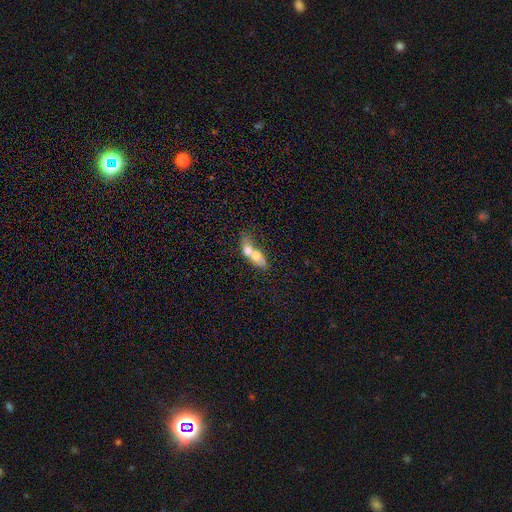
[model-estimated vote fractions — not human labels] Q: Smooth or featured?
A: smooth (61%); runner-up: featured or disk (31%)
Q: How rounded?
A: in between (63%); runner-up: round (20%)
Q: Merging?
A: merger (77%); runner-up: none (12%)